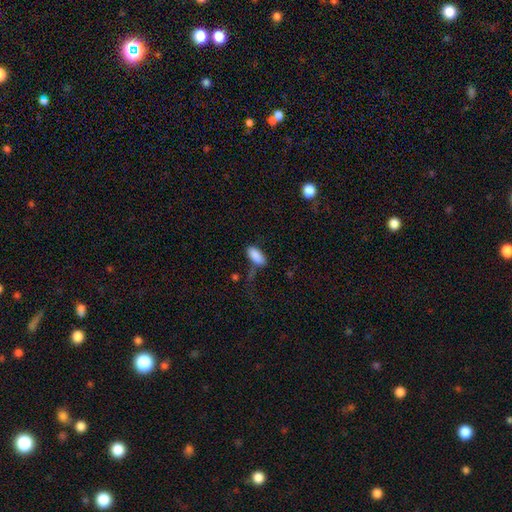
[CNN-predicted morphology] smooth 87%, star or artifact 7%, featured or disk 5%. Down the decision tree: how rounded — in between (90%); merging — none (58%).